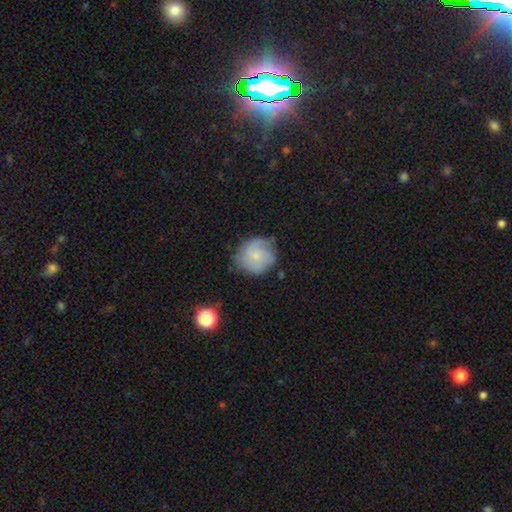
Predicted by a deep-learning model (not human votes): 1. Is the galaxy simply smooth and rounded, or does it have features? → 56% smooth, 36% featured or disk, 7% star or artifact.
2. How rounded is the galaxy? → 86% round, 13% in between, 1% cigar-shaped.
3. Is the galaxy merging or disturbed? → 66% none, 25% minor disturbance, 7% major disturbance, 2% merger.